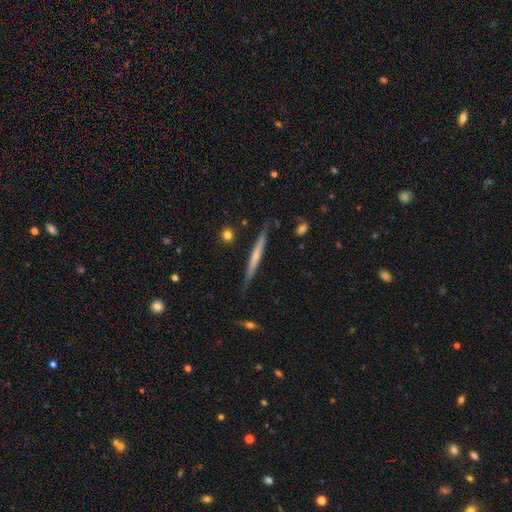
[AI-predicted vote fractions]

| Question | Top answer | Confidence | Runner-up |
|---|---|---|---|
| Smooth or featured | featured or disk | 55% | smooth (39%) |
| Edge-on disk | yes | 96% | no (4%) |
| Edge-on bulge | none | 59% | rounded (36%) |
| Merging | none | 83% | minor disturbance (13%) |